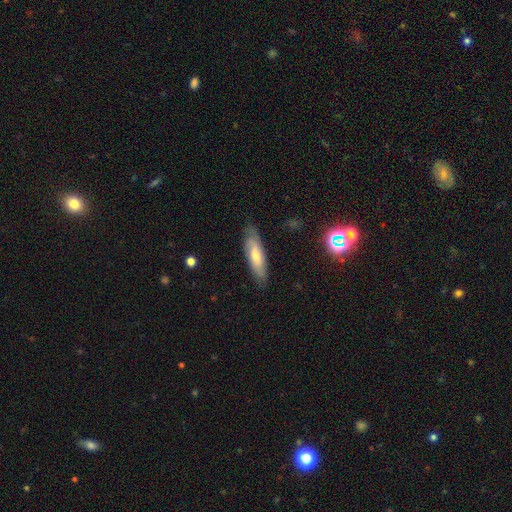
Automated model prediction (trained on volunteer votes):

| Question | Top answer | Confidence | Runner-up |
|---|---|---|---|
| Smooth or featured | smooth | 49% | featured or disk (43%) |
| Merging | none | 80% | minor disturbance (16%) |